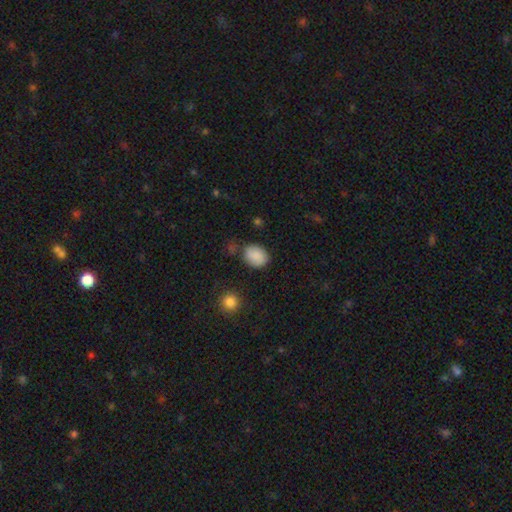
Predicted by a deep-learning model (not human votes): Smooth or featured? smooth (87%)
How rounded? in between (59%)
Merging? none (75%)